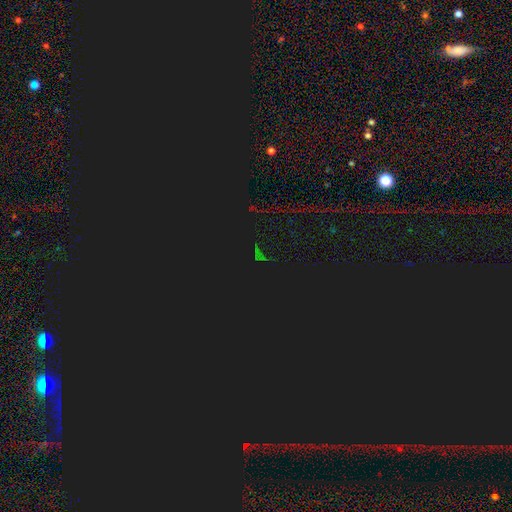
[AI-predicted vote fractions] smooth_or_featured: star or artifact (p=0.83) [alt: smooth p=0.10]